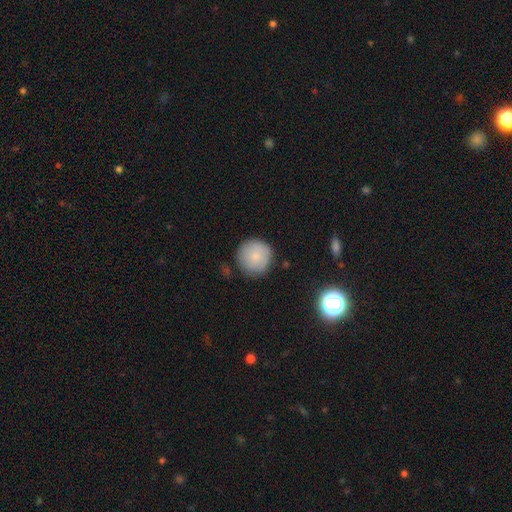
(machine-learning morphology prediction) smooth 82%, featured or disk 11%, star or artifact 7%. Down the decision tree: how rounded — round (96%); merging — none (81%).